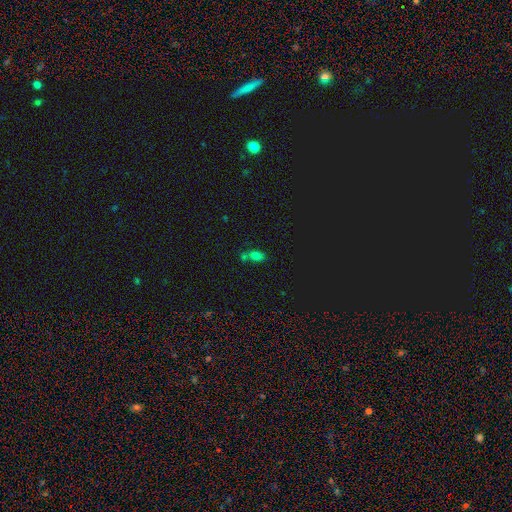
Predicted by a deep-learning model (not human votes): A smooth galaxy with no disk features (67%) that is in between round and cigar-shaped (80%). Merging: none (48%).